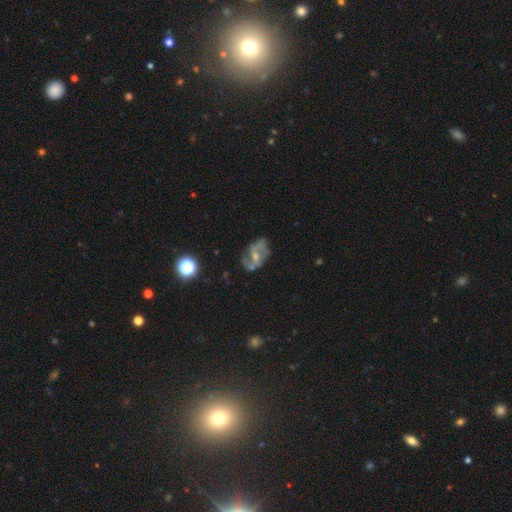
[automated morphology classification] This appears to be a featured or disk galaxy (75%) with a weak bar (45%), 2 (79%) loose (48%) spiral arms (80%) and a small central bulge (54%). Merging: none (59%).